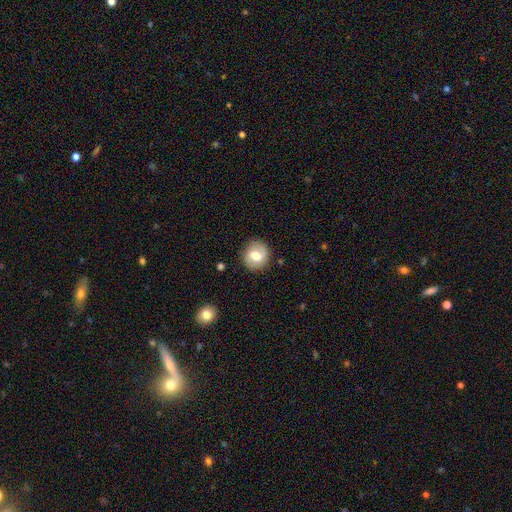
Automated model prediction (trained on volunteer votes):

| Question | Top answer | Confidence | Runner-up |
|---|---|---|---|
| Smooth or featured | smooth | 58% | featured or disk (34%) |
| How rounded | round | 86% | in between (13%) |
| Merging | none | 85% | minor disturbance (10%) |